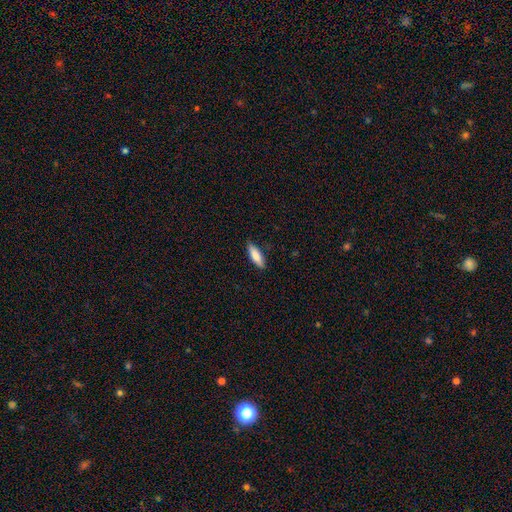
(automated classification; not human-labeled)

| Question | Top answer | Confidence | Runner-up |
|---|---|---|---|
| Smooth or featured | smooth | 80% | featured or disk (14%) |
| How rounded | cigar-shaped | 50% | in between (49%) |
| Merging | none | 83% | minor disturbance (14%) |